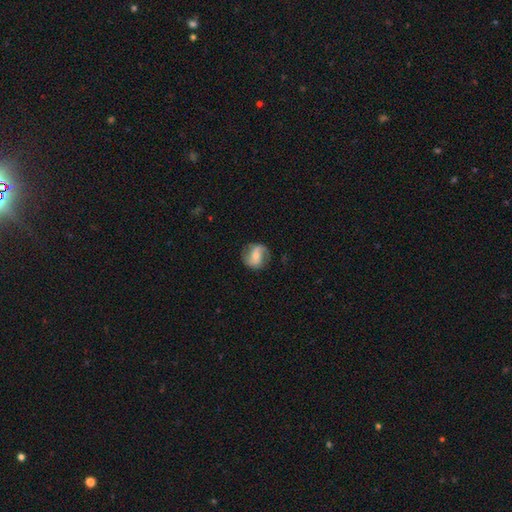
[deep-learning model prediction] Morphology: type=featured or disk (64%); edge-on=no (97%); bar=weak (39%); spiral arms=yes (89%); winding=medium (41%); arm count=2 (87%); bulge=moderate (48%); merging=none (76%).